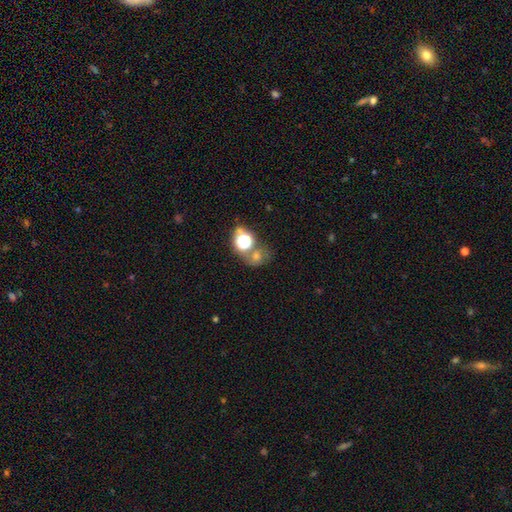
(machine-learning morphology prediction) A smooth galaxy with no disk features (46%).

Vote fractions:
- Smooth or featured? smooth: 46% / star or artifact: 41% / featured or disk: 13%
- Merging? none: 55% / merger: 26% / minor disturbance: 11% / major disturbance: 8%